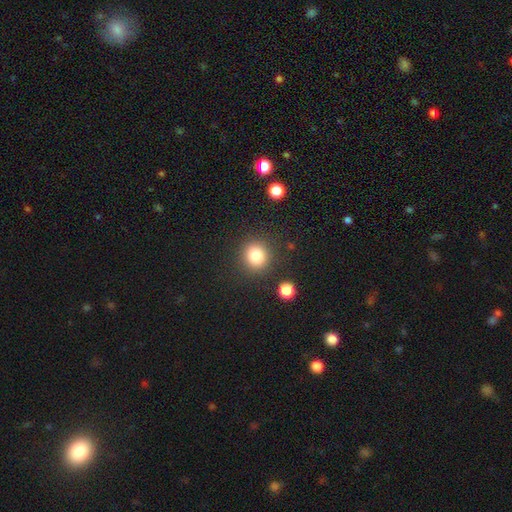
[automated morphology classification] This appears to be a smooth galaxy with no disk features (82%) that is round (88%). Merging: none (86%).